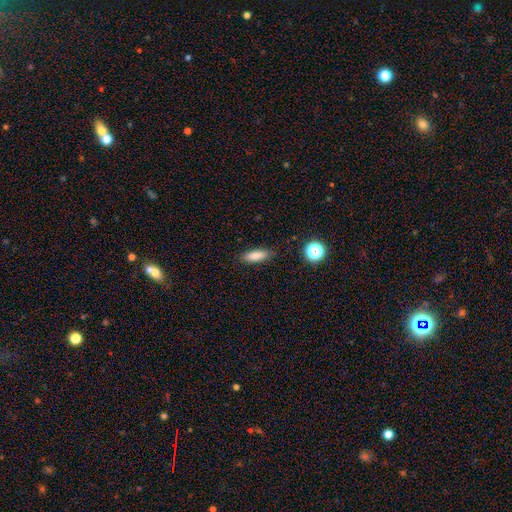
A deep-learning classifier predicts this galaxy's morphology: Overall: smooth (83%). How rounded: in between (54%; cigar-shaped 43%). Merging: none (86%).